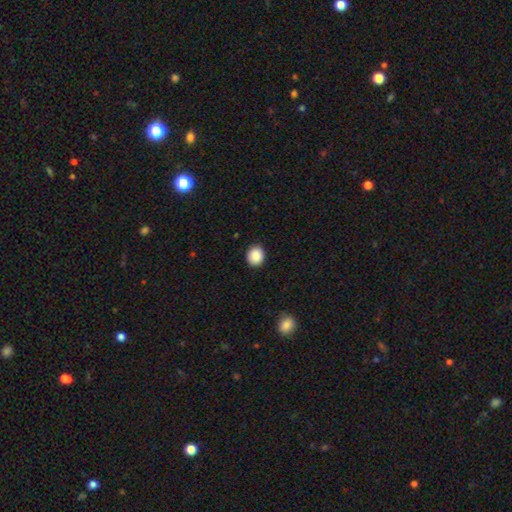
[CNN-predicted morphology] This is clearly a smooth galaxy (89%). How rounded: clearly round (80%). Merging: clearly none (91%).